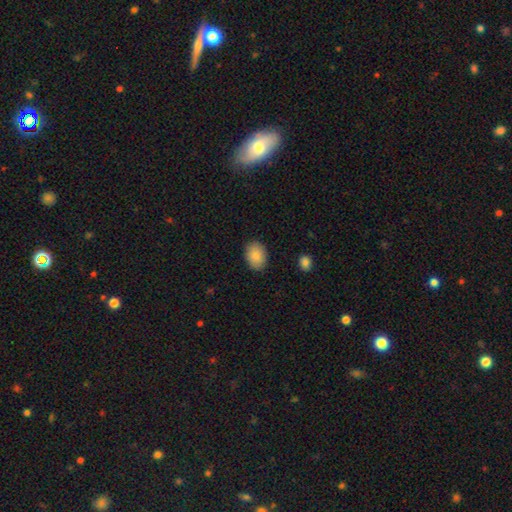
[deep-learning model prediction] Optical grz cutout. It shows a smooth galaxy with no disk features (87%) that is in between round and cigar-shaped (74%). Merging: none (88%).